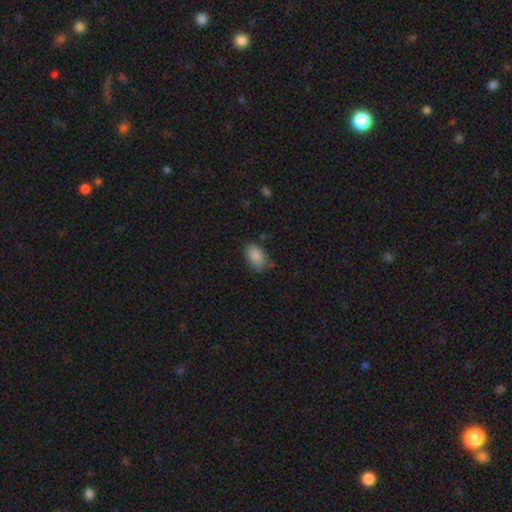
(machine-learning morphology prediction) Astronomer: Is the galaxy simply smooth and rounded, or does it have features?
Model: smooth — 86%.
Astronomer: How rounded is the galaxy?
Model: in between — 91%.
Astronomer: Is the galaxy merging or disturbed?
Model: none — 73%.